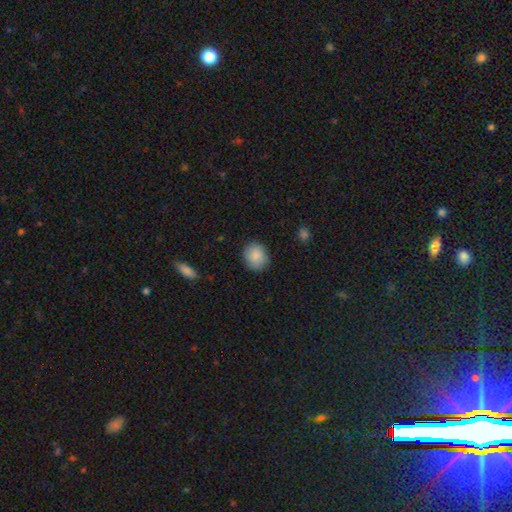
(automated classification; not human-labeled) smooth 86%, star or artifact 7%, featured or disk 7%. Down the decision tree: how rounded — round (69%); merging — none (83%).